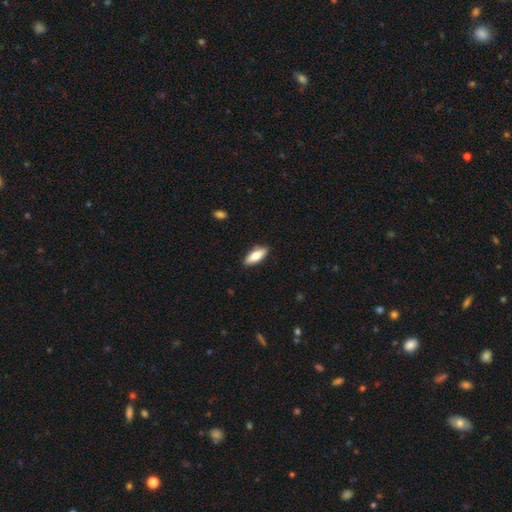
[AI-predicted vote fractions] Smooth or featured? Predicted: smooth (p=0.74). How rounded? Predicted: in between (p=0.68). Merging? Predicted: none (p=0.88).